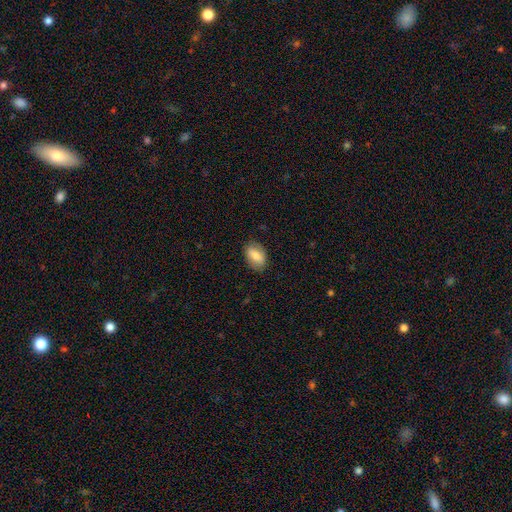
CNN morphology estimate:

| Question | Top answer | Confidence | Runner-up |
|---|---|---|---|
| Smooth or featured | smooth | 79% | featured or disk (14%) |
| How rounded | in between | 89% | round (9%) |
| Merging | none | 82% | minor disturbance (14%) |